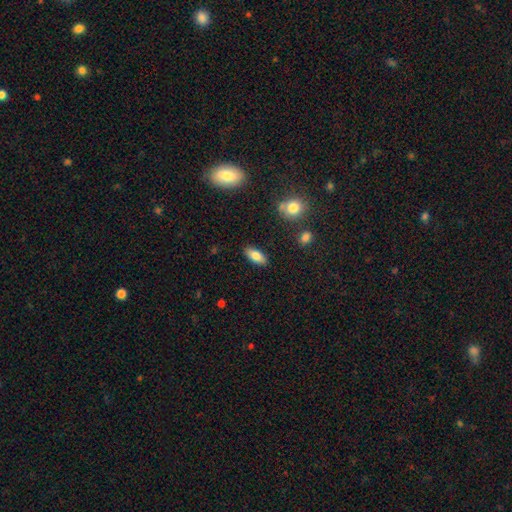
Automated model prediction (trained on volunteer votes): Smooth or featured? smooth (80%)
How rounded? in between (83%)
Merging? none (88%)